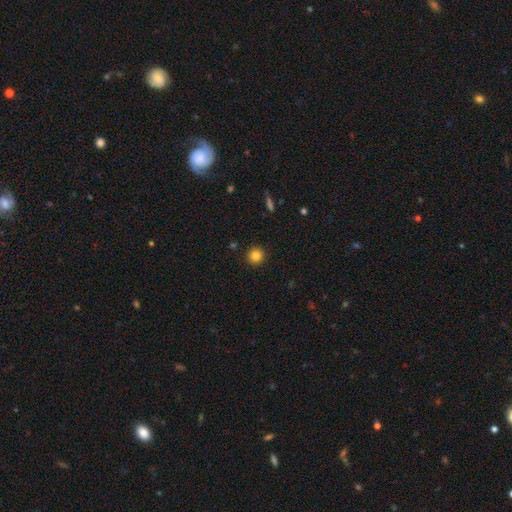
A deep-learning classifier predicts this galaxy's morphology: type=smooth (83%); roundness=round (94%); merging=none (92%).